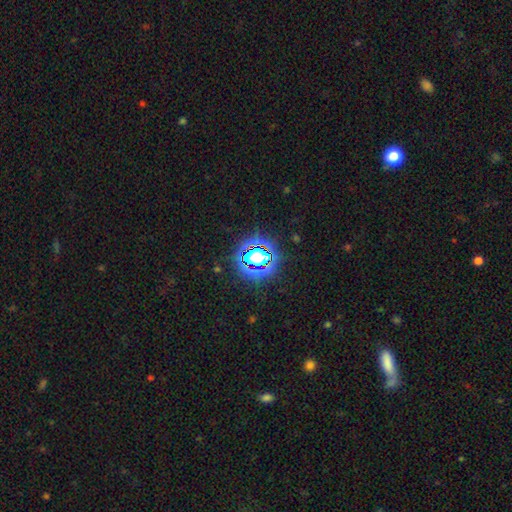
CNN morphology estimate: Smooth or featured? Predicted: star or artifact (p=0.78).